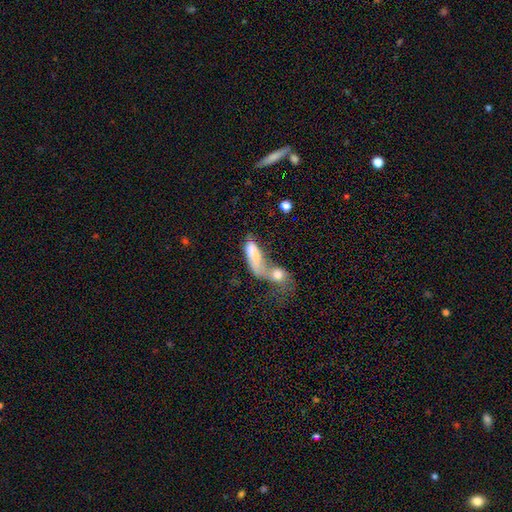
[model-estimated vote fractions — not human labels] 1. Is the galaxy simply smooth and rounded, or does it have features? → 71% smooth, 21% featured or disk, 8% star or artifact.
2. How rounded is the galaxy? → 72% in between, 21% cigar-shaped, 7% round.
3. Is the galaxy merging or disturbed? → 72% merger, 13% major disturbance, 9% none, 6% minor disturbance.